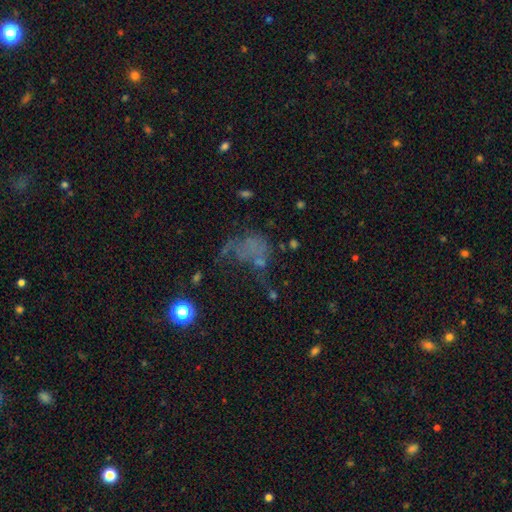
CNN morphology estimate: Smooth or featured? featured or disk (38%)
Merging? major disturbance (47%)